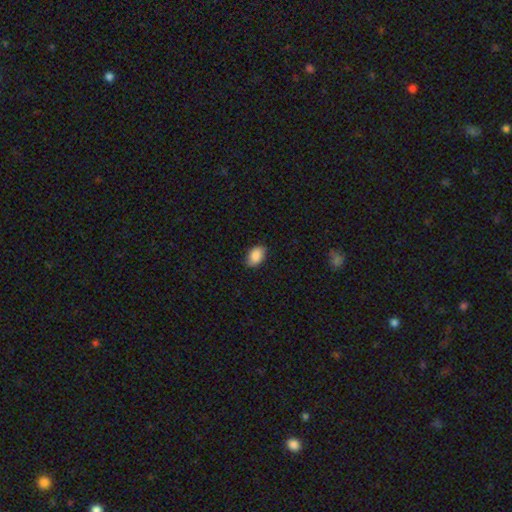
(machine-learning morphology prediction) Smooth or featured: smooth — 89% (star or artifact — 7%)
How rounded: in between — 89% (round — 10%)
Merging: none — 85% (minor disturbance — 12%)